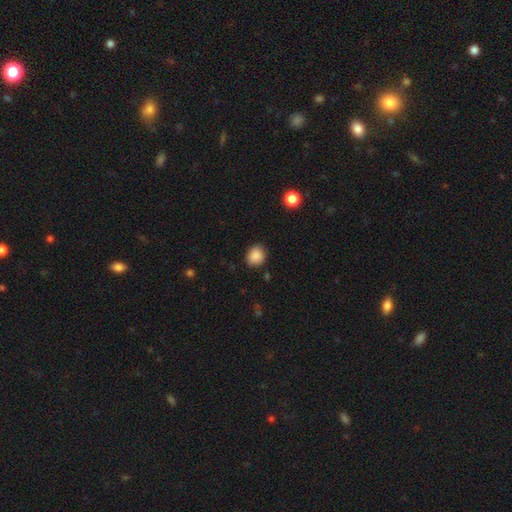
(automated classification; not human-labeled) Smooth or featured: smooth — 87% (star or artifact — 9%)
How rounded: round — 74% (in between — 25%)
Merging: none — 85% (minor disturbance — 11%)